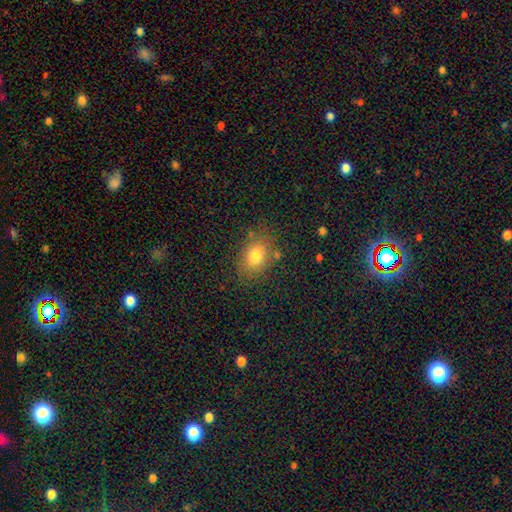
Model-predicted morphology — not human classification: This appears to be a smooth galaxy with no disk features (77%) that is in between round and cigar-shaped (71%). Merging: none (77%).